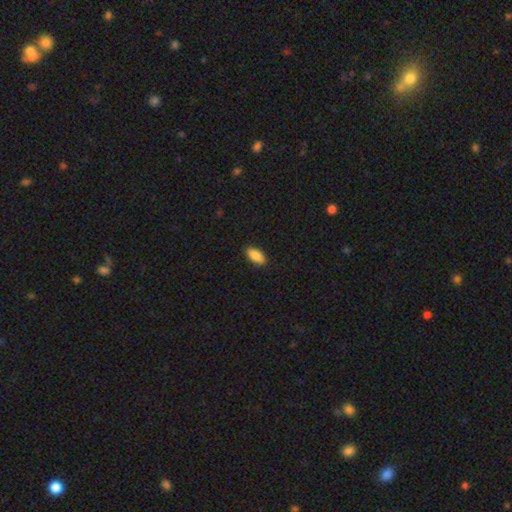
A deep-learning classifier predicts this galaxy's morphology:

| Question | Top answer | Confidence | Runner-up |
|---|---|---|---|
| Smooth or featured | smooth | 89% | star or artifact (7%) |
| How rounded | in between | 90% | cigar-shaped (8%) |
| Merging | none | 89% | minor disturbance (8%) |